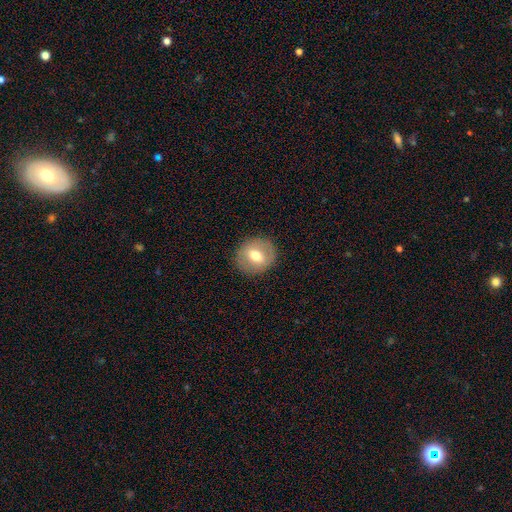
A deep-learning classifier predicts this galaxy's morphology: smooth_or_featured: smooth (p=0.59) [alt: featured or disk p=0.33]
how_rounded: round (p=0.81) [alt: in between p=0.18]
merging: none (p=0.88) [alt: minor disturbance p=0.08]